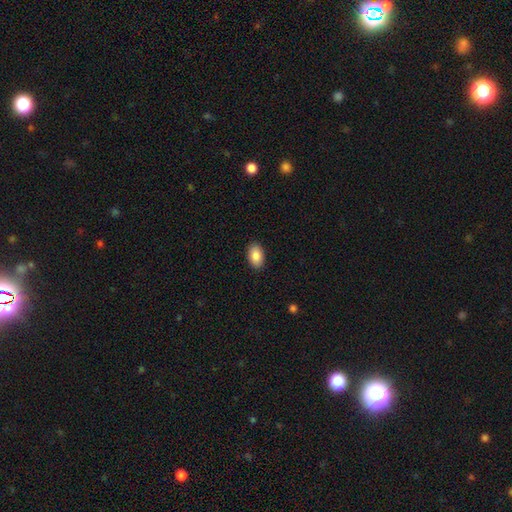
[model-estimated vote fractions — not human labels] This is clearly a smooth galaxy (88%). How rounded: clearly in between (92%). Merging: clearly none (90%).